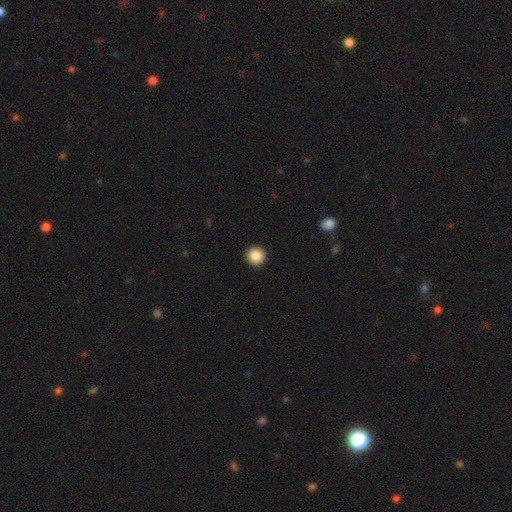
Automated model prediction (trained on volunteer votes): Q: Smooth or featured?
A: smooth (88%); runner-up: star or artifact (9%)
Q: How rounded?
A: round (96%); runner-up: in between (3%)
Q: Merging?
A: none (93%); runner-up: minor disturbance (4%)